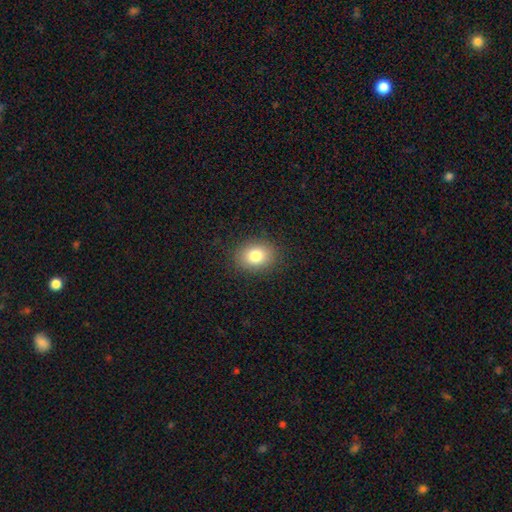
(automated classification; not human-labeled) Morphology: type=smooth (81%); roundness=in between (58%); merging=none (87%).